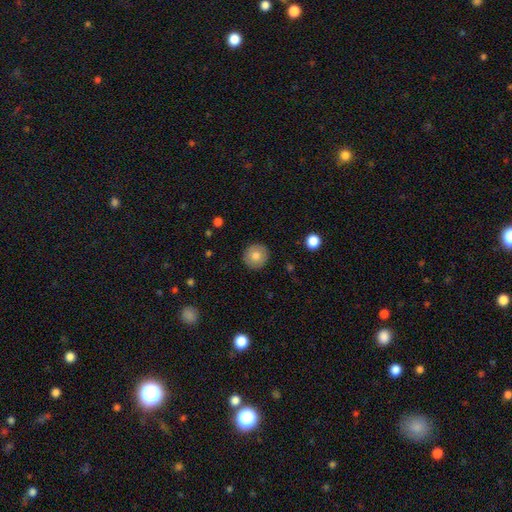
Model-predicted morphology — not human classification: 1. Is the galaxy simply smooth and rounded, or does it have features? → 80% smooth, 12% featured or disk, 8% star or artifact.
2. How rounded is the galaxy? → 92% round, 7% in between, 1% cigar-shaped.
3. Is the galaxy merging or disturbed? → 90% none, 7% minor disturbance, 2% major disturbance, 1% merger.